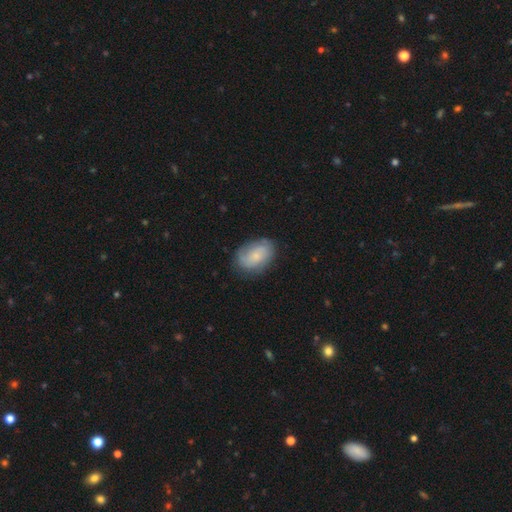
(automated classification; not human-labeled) Q: Smooth or featured?
A: smooth (55%); runner-up: featured or disk (38%)
Q: How rounded?
A: in between (84%); runner-up: round (15%)
Q: Merging?
A: none (73%); runner-up: minor disturbance (20%)